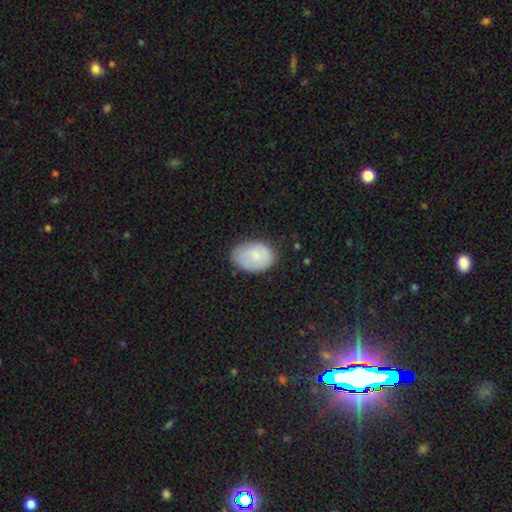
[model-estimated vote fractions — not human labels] This appears to be a smooth galaxy with no disk features (82%) that is in between round and cigar-shaped (80%). Merging: none (72%).